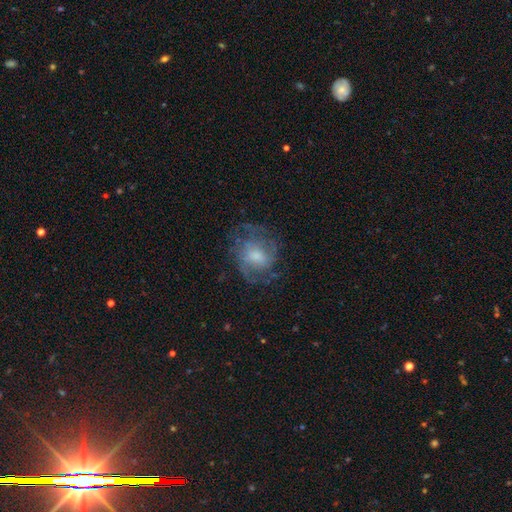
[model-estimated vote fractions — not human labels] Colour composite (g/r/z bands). It shows a featured or disk galaxy (66%) with no bar (59%), medium (44%) spiral arms (80%) and a moderate central bulge (44%). Merging: none (60%).